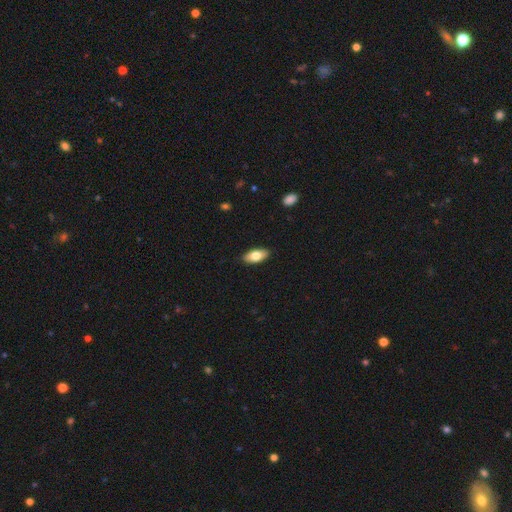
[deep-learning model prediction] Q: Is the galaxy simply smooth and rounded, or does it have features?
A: smooth — 77%.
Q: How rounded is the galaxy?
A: in between — 90%.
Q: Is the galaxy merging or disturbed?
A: none — 89%.